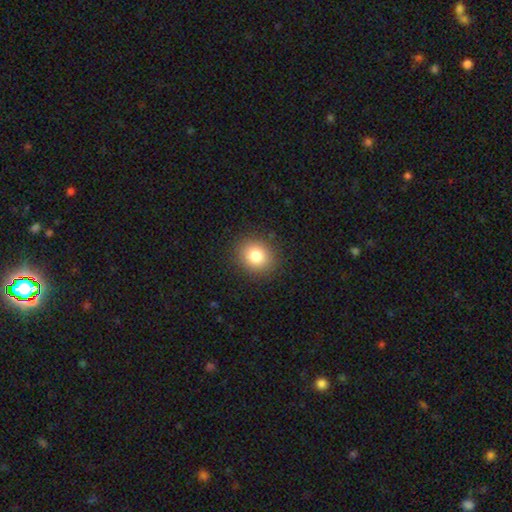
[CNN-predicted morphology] A smooth galaxy with no disk features (82%) that is round (76%). Merging: none (89%).